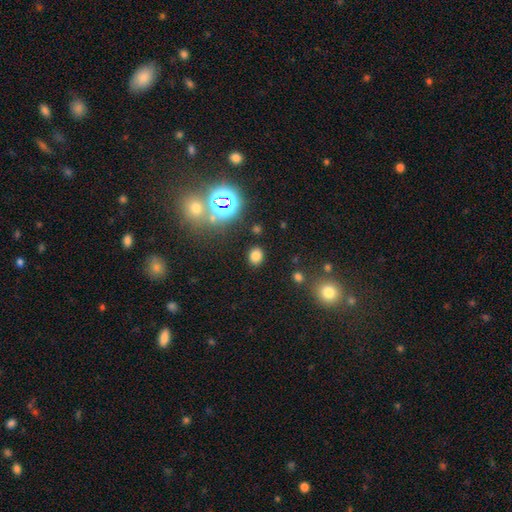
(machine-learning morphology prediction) smooth_or_featured: smooth (p=0.75) [alt: star or artifact p=0.19]
how_rounded: round (p=0.52) [alt: in between p=0.47]
merging: none (p=0.86) [alt: minor disturbance p=0.08]